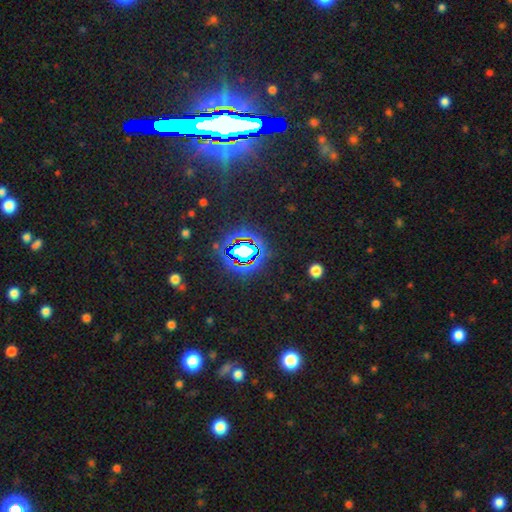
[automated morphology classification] Smooth or featured? Predicted: star or artifact (p=0.81).